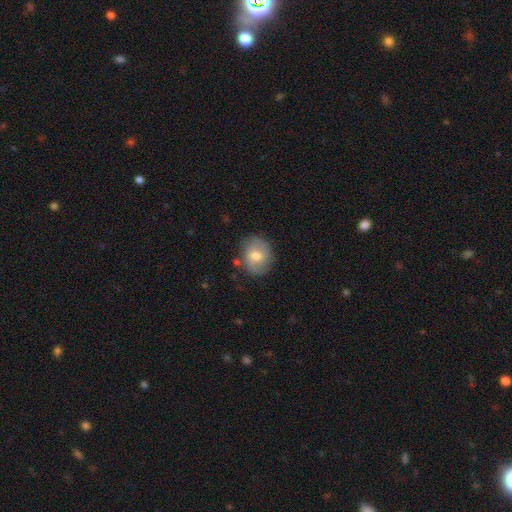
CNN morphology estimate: Q: Smooth or featured?
A: smooth (64%); runner-up: featured or disk (29%)
Q: How rounded?
A: round (69%); runner-up: in between (30%)
Q: Merging?
A: none (79%); runner-up: minor disturbance (15%)